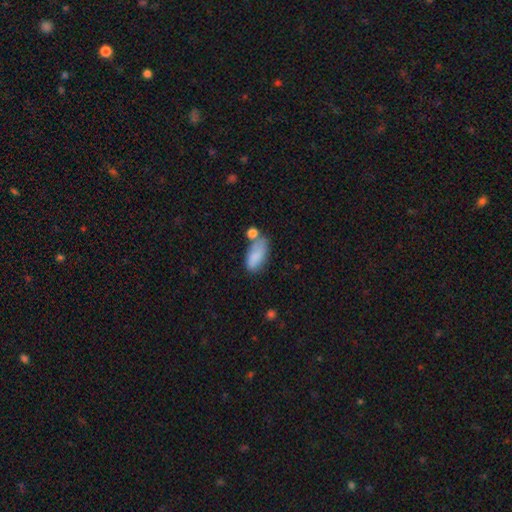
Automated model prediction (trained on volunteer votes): Overall: smooth (82%). How rounded: in between (90%). Merging: none (46%; minor disturbance 25%).